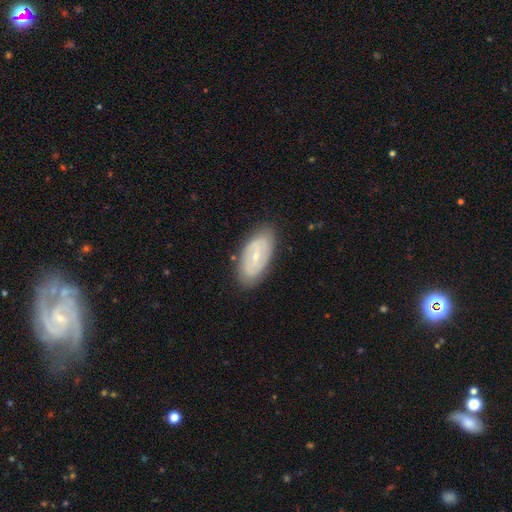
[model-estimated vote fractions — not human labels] A featured or disk galaxy (65%) with a weak bar (44%), spiral arms (59%) and a small central bulge (67%). Merging: none (83%).